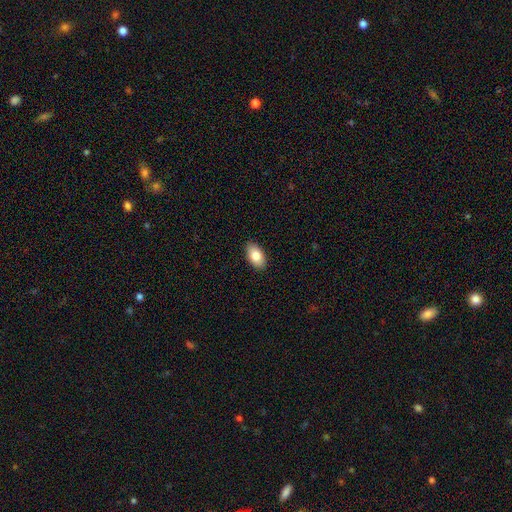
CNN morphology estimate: Smooth or featured? Predicted: smooth (p=0.84). How rounded? Predicted: in between (p=0.94). Merging? Predicted: none (p=0.90).